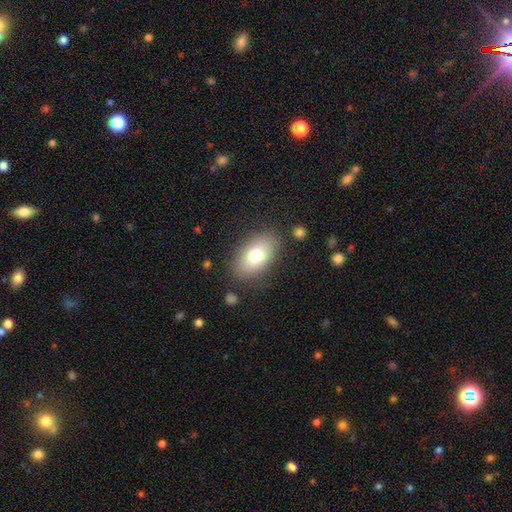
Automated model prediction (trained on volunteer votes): A smooth galaxy with no disk features (75%) that is in between round and cigar-shaped (90%). Merging: none (83%).